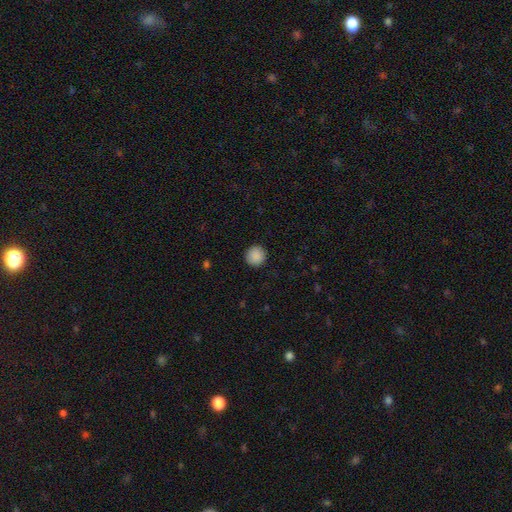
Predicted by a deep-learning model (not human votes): Smooth or featured? smooth (89%)
How rounded? round (94%)
Merging? none (92%)